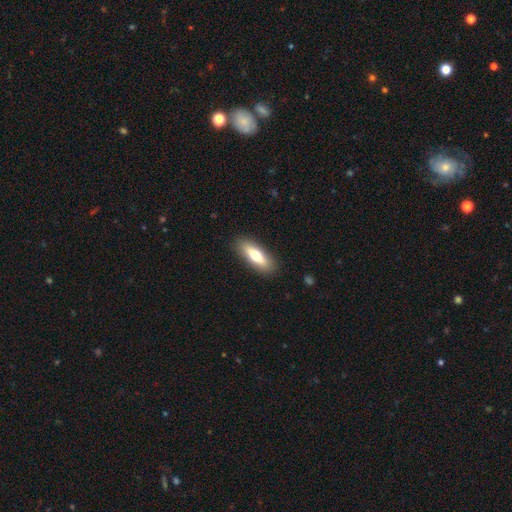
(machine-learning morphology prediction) smooth 65%, featured or disk 29%, star or artifact 6%. Down the decision tree: how rounded — in between (53%); merging — none (89%).